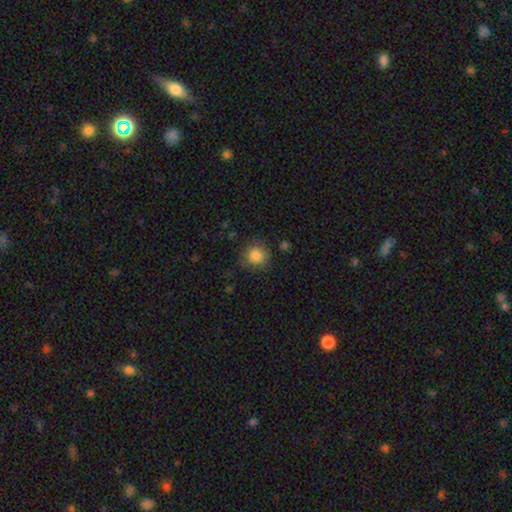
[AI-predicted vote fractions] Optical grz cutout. It shows a smooth galaxy with no disk features (85%) that is round (92%). Merging: none (80%).